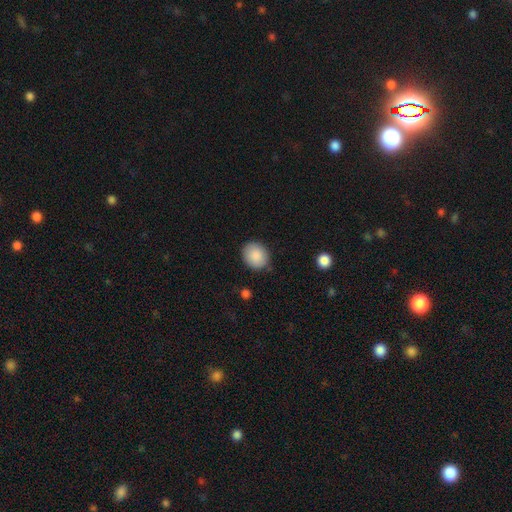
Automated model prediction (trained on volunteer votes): Q: Smooth or featured?
A: smooth (88%); runner-up: star or artifact (7%)
Q: How rounded?
A: round (71%); runner-up: in between (28%)
Q: Merging?
A: none (84%); runner-up: minor disturbance (12%)